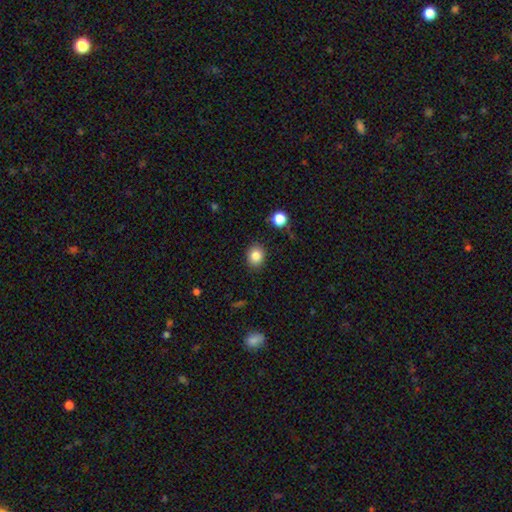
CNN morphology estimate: Q: Smooth or featured?
A: smooth (84%); runner-up: star or artifact (10%)
Q: How rounded?
A: round (69%); runner-up: in between (31%)
Q: Merging?
A: none (88%); runner-up: minor disturbance (8%)